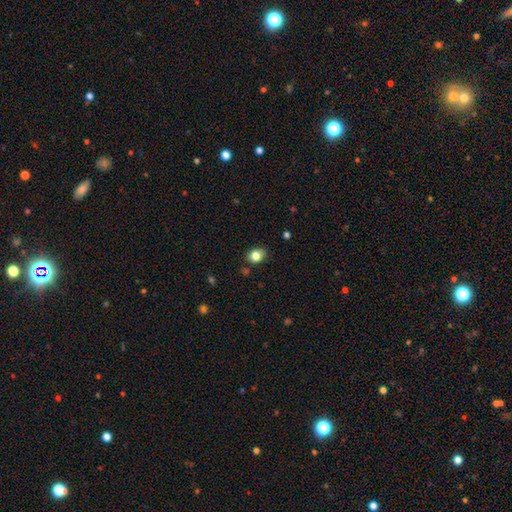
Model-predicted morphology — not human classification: Smooth or featured: smooth — 83% (star or artifact — 10%)
How rounded: in between — 51% (round — 48%)
Merging: none — 83% (minor disturbance — 12%)